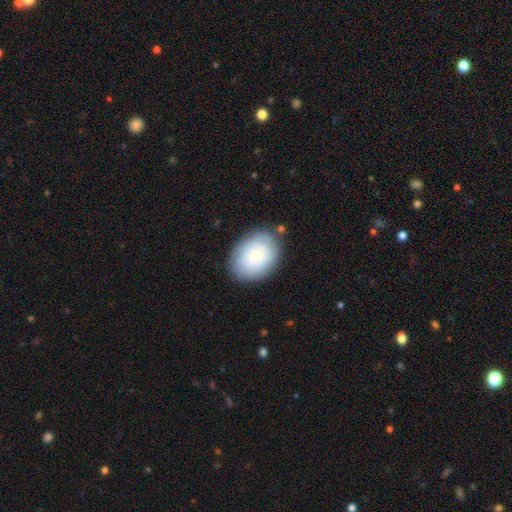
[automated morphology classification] A smooth galaxy with no disk features (60%) that is in between round and cigar-shaped (64%). Merging: none (78%).